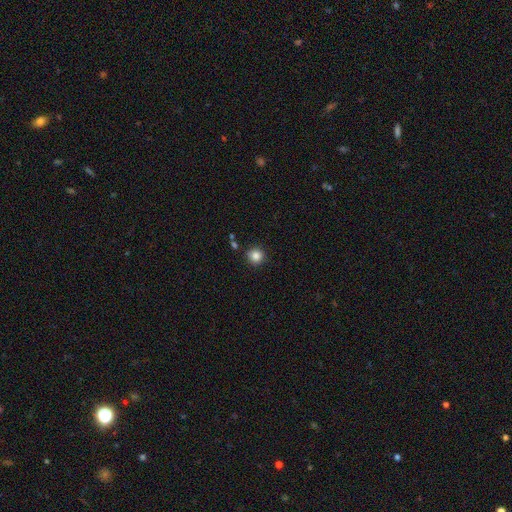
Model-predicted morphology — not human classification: type=smooth (85%); roundness=round (94%); merging=none (88%).